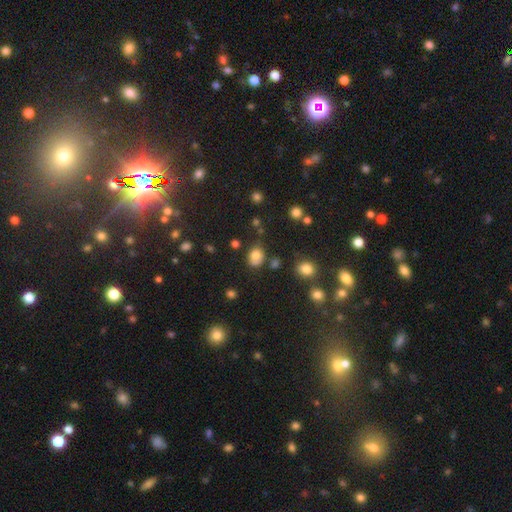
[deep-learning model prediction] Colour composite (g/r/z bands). It shows a smooth galaxy with no disk features (79%) that is in between round and cigar-shaped (51%). Merging: none (65%).